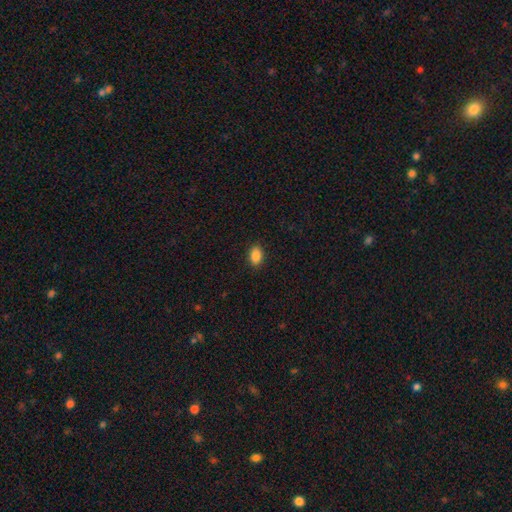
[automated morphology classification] Q: Smooth or featured?
A: smooth (88%); runner-up: star or artifact (8%)
Q: How rounded?
A: in between (86%); runner-up: round (12%)
Q: Merging?
A: none (90%); runner-up: minor disturbance (7%)